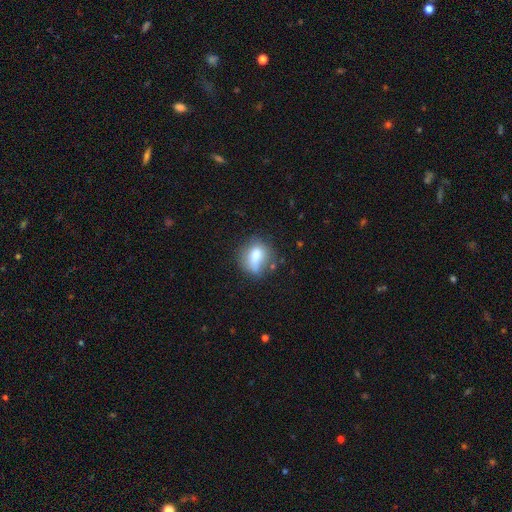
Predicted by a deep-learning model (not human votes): Smooth or featured: smooth — 68% (featured or disk — 21%)
How rounded: in between — 48% (round — 47%)
Merging: none — 57% (minor disturbance — 24%)